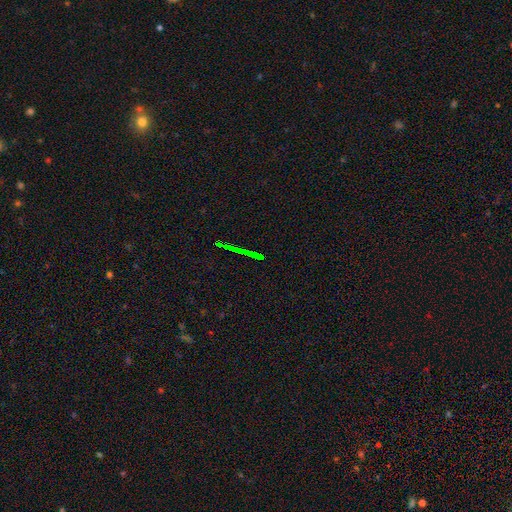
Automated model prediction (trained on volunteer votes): This appears to be a star or artifact, not a galaxy (71%).